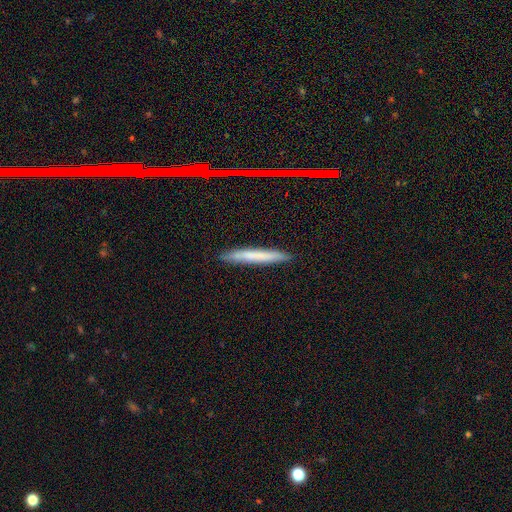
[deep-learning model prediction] Morphology: type=smooth (68%); roundness=cigar-shaped (94%); merging=none (88%).